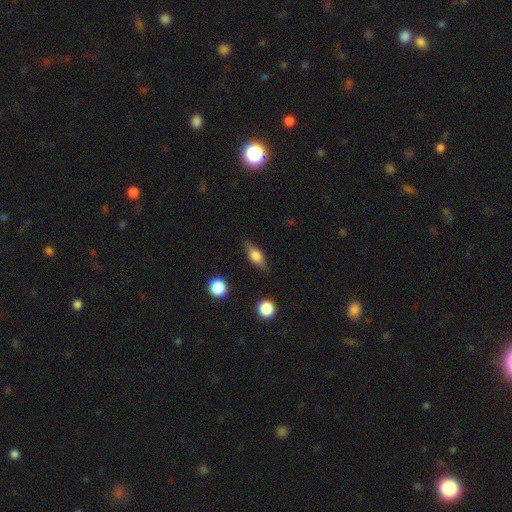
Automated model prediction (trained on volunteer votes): smooth_or_featured: smooth (p=0.54) [alt: featured or disk p=0.38]
how_rounded: in between (p=0.66) [alt: cigar-shaped p=0.25]
merging: none (p=0.79) [alt: minor disturbance p=0.15]